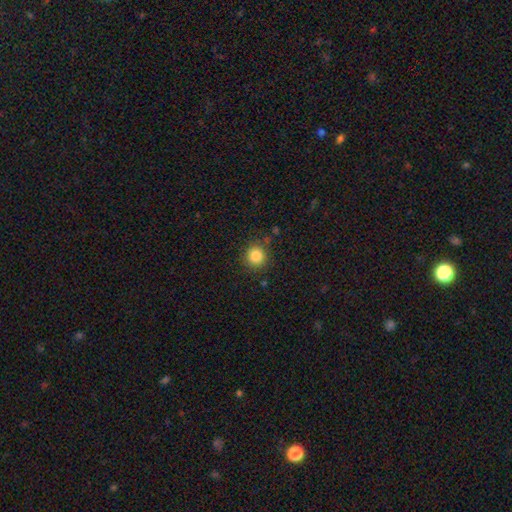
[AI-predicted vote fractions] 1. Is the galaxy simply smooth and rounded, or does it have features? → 85% smooth, 11% star or artifact, 5% featured or disk.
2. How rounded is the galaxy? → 92% round, 7% in between, 1% cigar-shaped.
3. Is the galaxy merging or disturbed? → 86% none, 9% minor disturbance, 3% major disturbance, 2% merger.